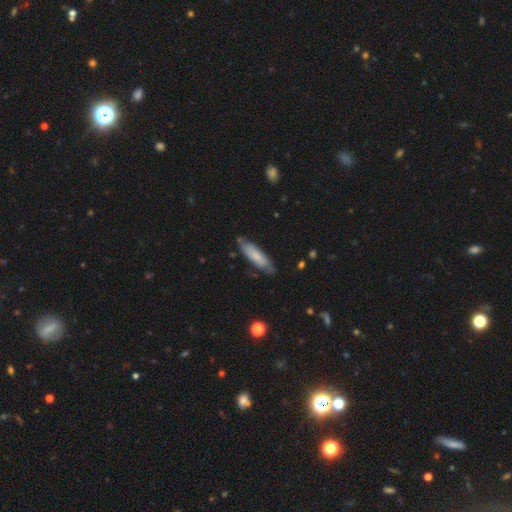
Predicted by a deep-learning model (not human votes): A smooth galaxy with no disk features (69%) that is cigar-shaped (67%).

Vote fractions:
- Smooth or featured? smooth: 69% / featured or disk: 25% / star or artifact: 6%
- How rounded? cigar-shaped: 67% / in between: 32% / round: 1%
- Merging? none: 78% / minor disturbance: 17% / major disturbance: 3% / merger: 2%